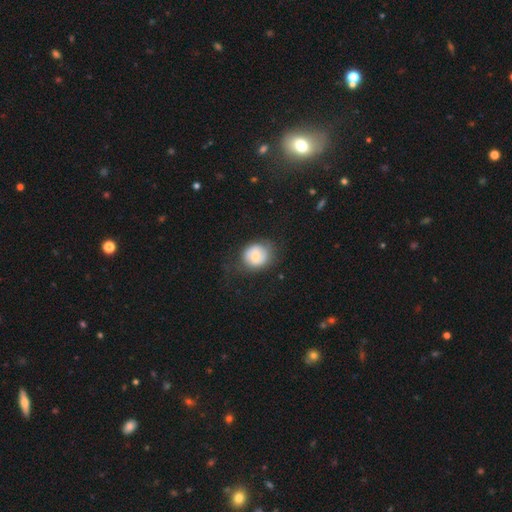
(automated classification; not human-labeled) Morphology: type=smooth (55%); roundness=round (76%); merging=none (68%).